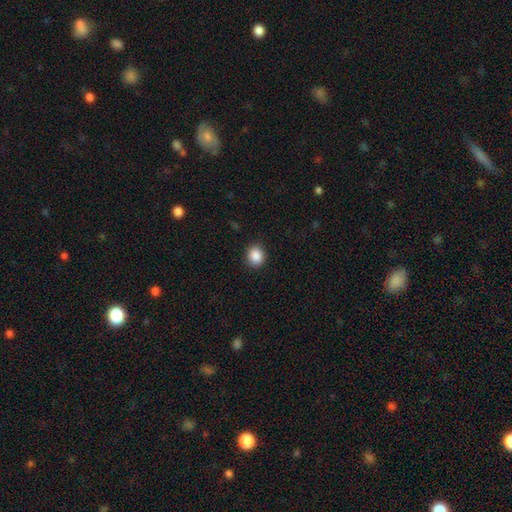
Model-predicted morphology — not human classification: The model was most divided on "how rounded": round: 76%, in between: 23%, cigar-shaped: 1%. More confident: merging — none (90%); smooth or featured — smooth (88%).